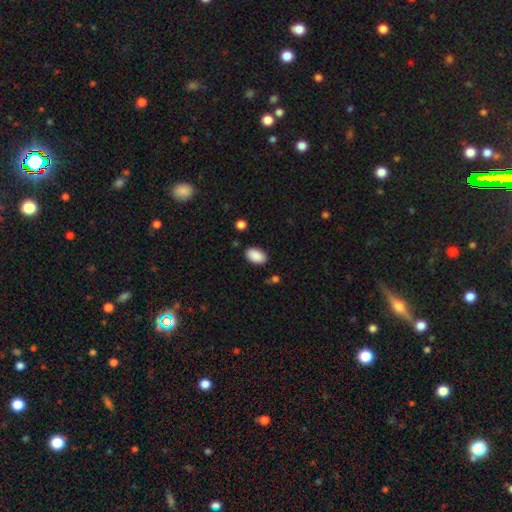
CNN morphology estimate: Overall: smooth (90%). How rounded: in between (93%). Merging: none (85%).